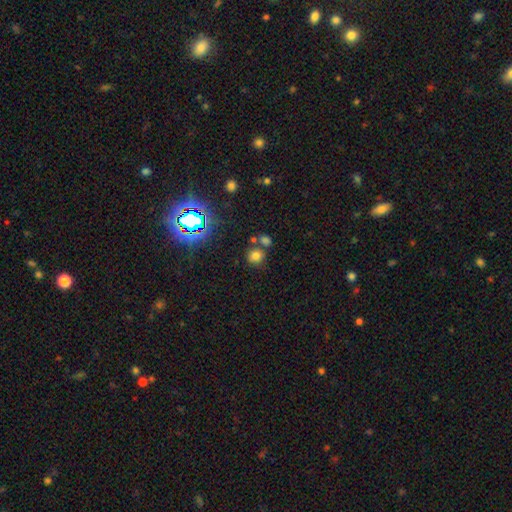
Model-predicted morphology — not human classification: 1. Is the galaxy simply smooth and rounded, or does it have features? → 71% smooth, 21% star or artifact, 8% featured or disk.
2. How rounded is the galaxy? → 84% round, 15% in between, 1% cigar-shaped.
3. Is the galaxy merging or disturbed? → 67% none, 20% merger, 9% minor disturbance, 4% major disturbance.